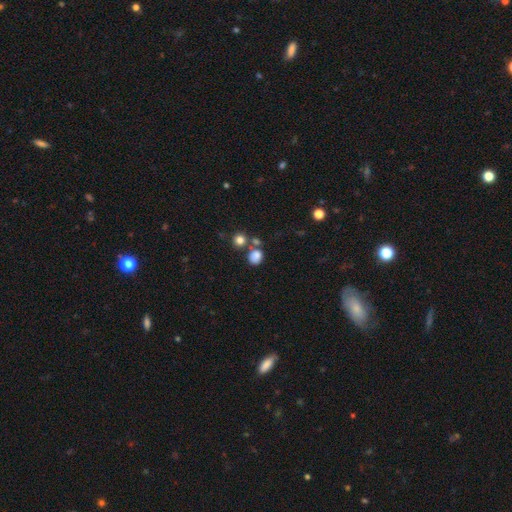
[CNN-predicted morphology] The model was most divided on "merging": none: 58%, merger: 25%, minor disturbance: 12%, major disturbance: 5%. More confident: smooth or featured — smooth (80%); how rounded — round (72%).